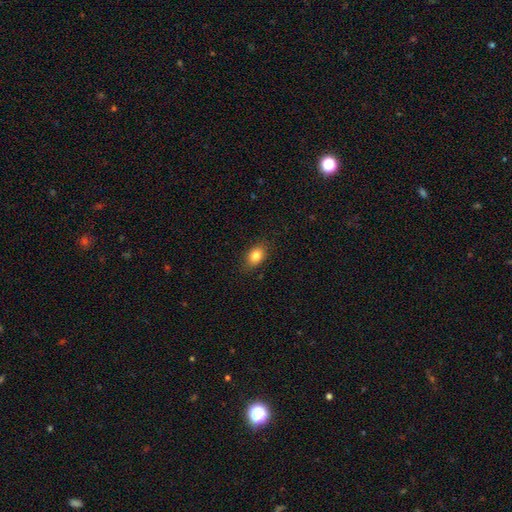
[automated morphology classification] Smooth or featured?
  - smooth: 83% *
  - star or artifact: 9%
  - featured or disk: 8%
How rounded?
  - in between: 74% *
  - round: 24%
  - cigar-shaped: 2%
Merging?
  - none: 85% *
  - minor disturbance: 11%
  - major disturbance: 3%
  - merger: 1%